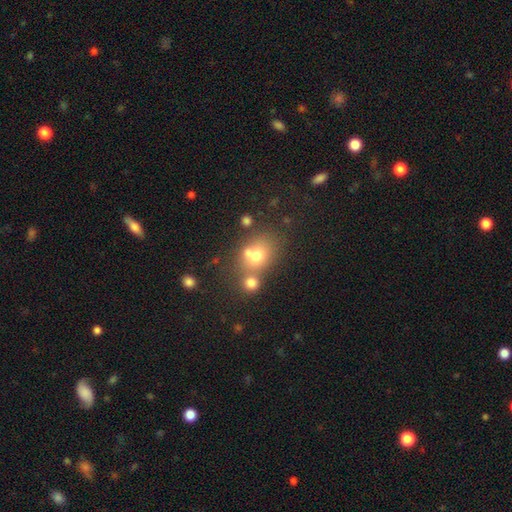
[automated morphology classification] smooth_or_featured: smooth (p=0.66) [alt: featured or disk p=0.18]
how_rounded: round (p=0.57) [alt: in between p=0.42]
merging: merger (p=0.41) [tied with: none p=0.41]